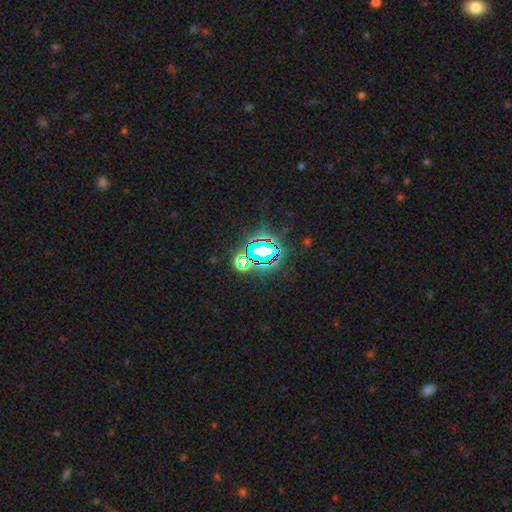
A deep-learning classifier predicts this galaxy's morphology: type=star or artifact (80%).